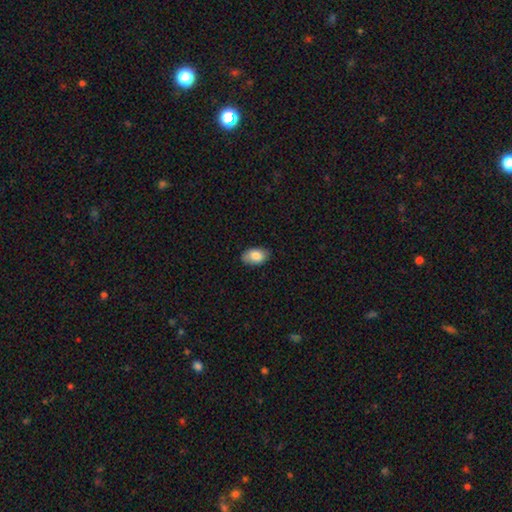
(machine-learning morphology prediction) type=smooth (84%); roundness=in between (91%); merging=none (80%).